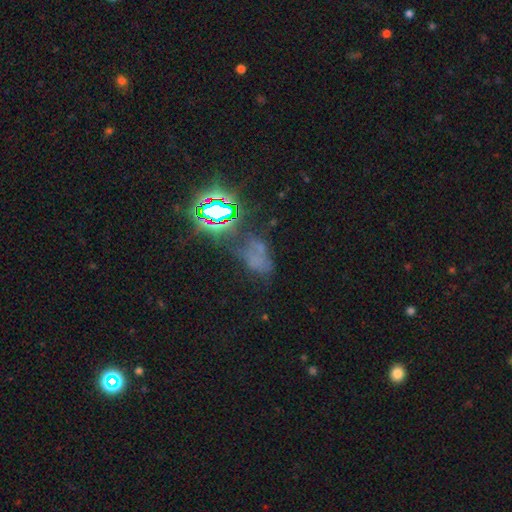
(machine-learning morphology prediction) Smooth or featured?
  - star or artifact: 46% *
  - smooth: 33%
  - featured or disk: 20%